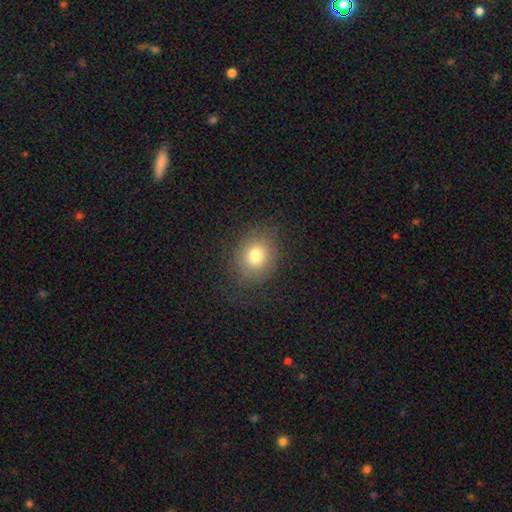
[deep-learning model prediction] Smooth or featured? smooth (76%)
How rounded? round (65%)
Merging? none (81%)